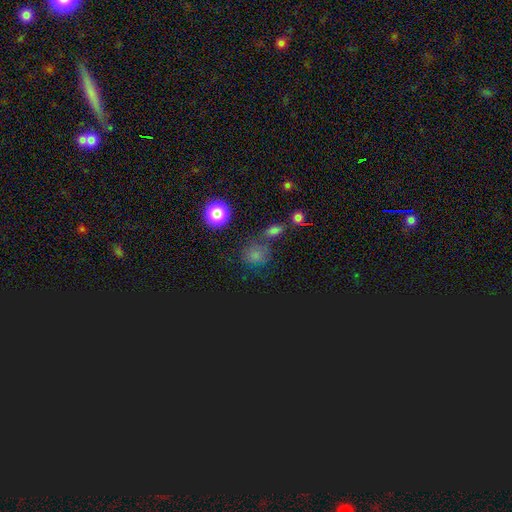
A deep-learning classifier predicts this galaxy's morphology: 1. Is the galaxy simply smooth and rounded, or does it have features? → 59% smooth, 32% star or artifact, 10% featured or disk.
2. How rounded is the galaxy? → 76% round, 22% in between, 2% cigar-shaped.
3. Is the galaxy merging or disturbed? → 63% none, 17% minor disturbance, 11% major disturbance, 10% merger.